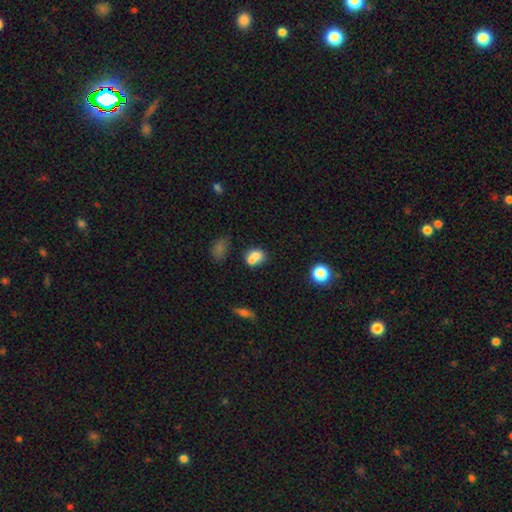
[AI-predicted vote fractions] The model was most divided on "how rounded": round: 52%, in between: 47%, cigar-shaped: 2%. More confident: smooth or featured — smooth (72%); merging — merger (51%).